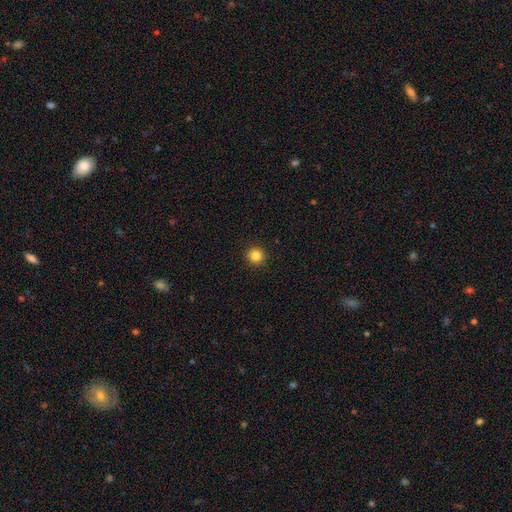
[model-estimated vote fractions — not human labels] smooth-or-featured: smooth: 84% | star or artifact: 11% | featured or disk: 5%
  how-rounded: round: 95% | in between: 4% | cigar-shaped: 1%
  merging: none: 93% | minor disturbance: 5% | major disturbance: 2% | merger: 1%